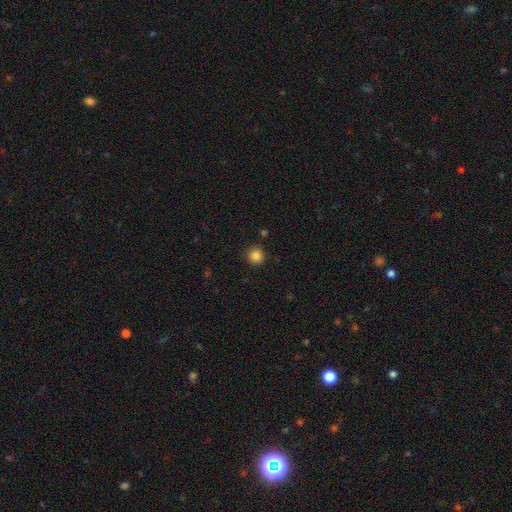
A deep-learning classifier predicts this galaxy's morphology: The model was most divided on "smooth or featured": smooth: 85%, star or artifact: 11%, featured or disk: 4%. More confident: how rounded — round (95%); merging — none (90%).